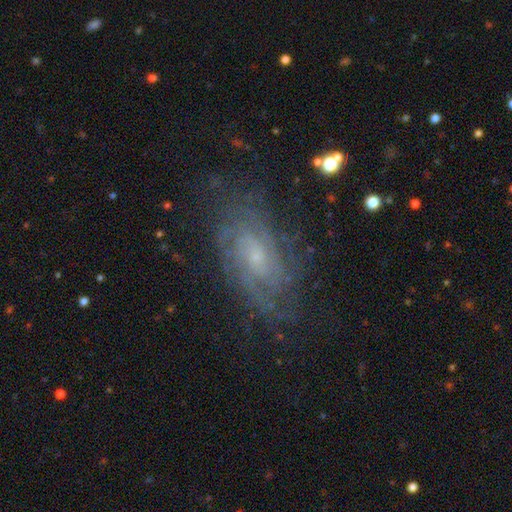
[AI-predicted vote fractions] Morphology: type=featured or disk (77%); edge-on=no (94%); bar=no (61%); spiral arms=yes (92%); winding=tight (61%); arm count=can't tell (50%); bulge=small (70%); merging=none (74%).